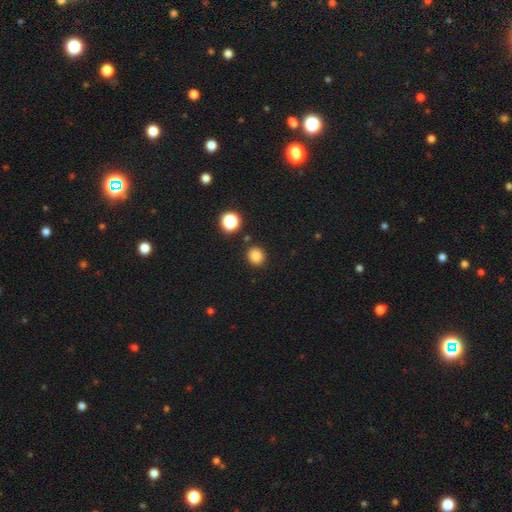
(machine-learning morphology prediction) Overall: smooth (83%). How rounded: round (77%). Merging: none (87%).